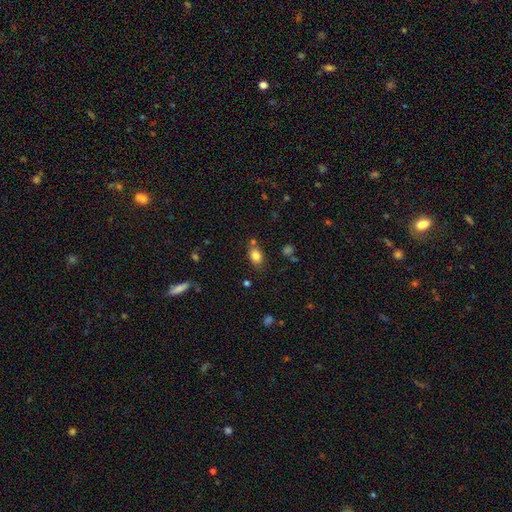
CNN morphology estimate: This is clearly a smooth galaxy (82%). How rounded: likely in between (73%). Merging: likely none (72%).